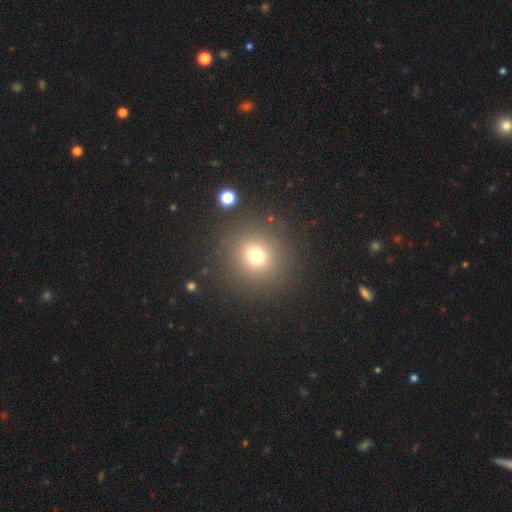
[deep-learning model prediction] Q: Smooth or featured?
A: smooth (72%); runner-up: star or artifact (20%)
Q: How rounded?
A: round (91%); runner-up: in between (8%)
Q: Merging?
A: none (87%); runner-up: minor disturbance (6%)